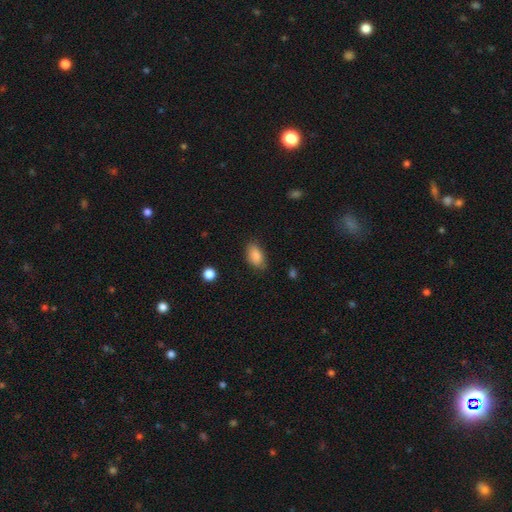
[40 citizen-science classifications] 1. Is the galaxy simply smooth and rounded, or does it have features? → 80% smooth, 10% featured or disk, 10% star or artifact.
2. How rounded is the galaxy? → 94% in between, 3% round, 3% cigar-shaped.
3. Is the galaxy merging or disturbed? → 72% none, 25% minor disturbance, 3% major disturbance, 0% merger.